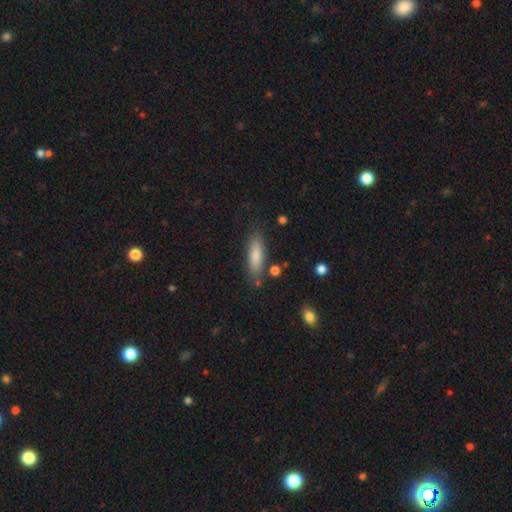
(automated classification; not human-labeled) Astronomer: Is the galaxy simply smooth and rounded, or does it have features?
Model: smooth — 81%.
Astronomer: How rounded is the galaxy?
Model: in between — 49%, tied with cigar-shaped at 49%.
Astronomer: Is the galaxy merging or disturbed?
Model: none — 79%.